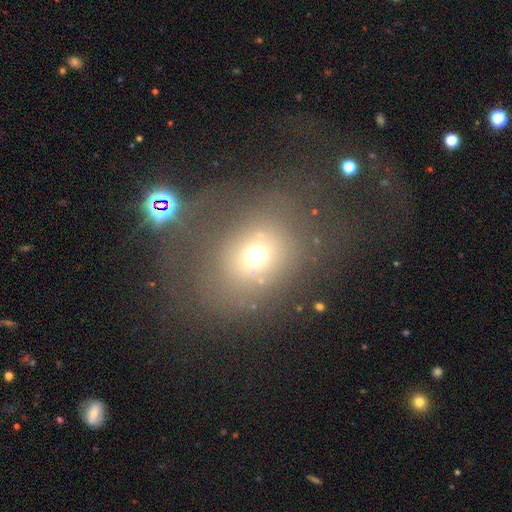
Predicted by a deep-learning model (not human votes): Morphology: type=smooth (62%); roundness=round (56%); merging=none (51%).